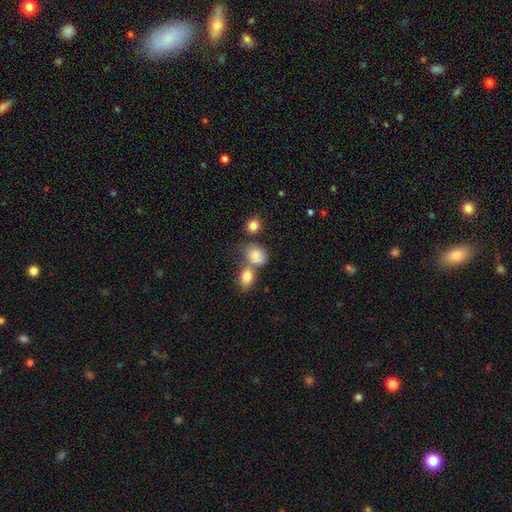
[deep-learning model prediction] smooth-or-featured: smooth: 81% | featured or disk: 10% | star or artifact: 9%
  how-rounded: in between: 59% | round: 40% | cigar-shaped: 1%
  merging: merger: 47% | none: 37% | minor disturbance: 12% | major disturbance: 5%